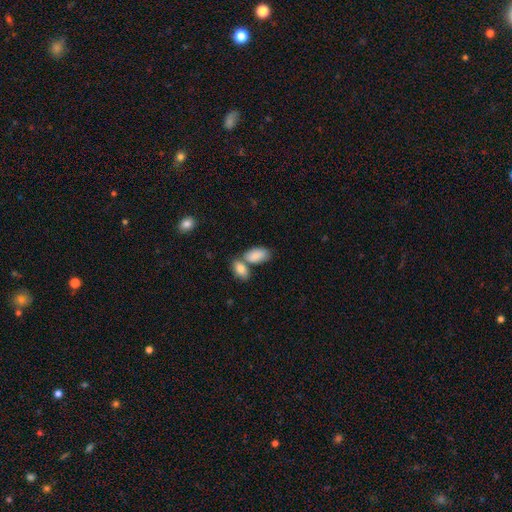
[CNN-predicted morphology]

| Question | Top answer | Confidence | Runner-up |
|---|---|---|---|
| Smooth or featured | smooth | 86% | featured or disk (8%) |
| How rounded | in between | 94% | round (3%) |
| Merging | none | 44% | merger (40%) |